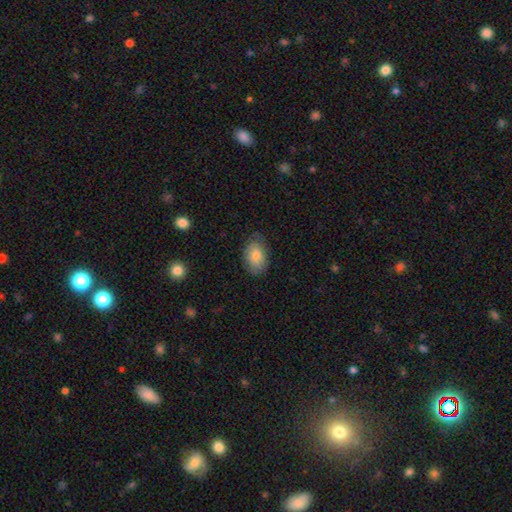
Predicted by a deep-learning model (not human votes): smooth_or_featured: smooth (p=0.82) [alt: featured or disk p=0.11]
how_rounded: in between (p=0.90) [alt: round p=0.09]
merging: none (p=0.76) [alt: minor disturbance p=0.19]